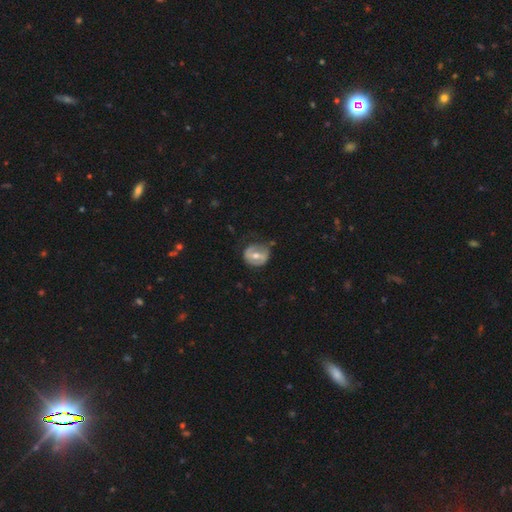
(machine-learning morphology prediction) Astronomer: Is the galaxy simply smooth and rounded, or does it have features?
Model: featured or disk — 59% (runner-up: smooth, 35%).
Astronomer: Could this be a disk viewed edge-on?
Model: no — 95%.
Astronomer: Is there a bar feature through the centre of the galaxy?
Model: strong — 41% (runner-up: weak, 37%).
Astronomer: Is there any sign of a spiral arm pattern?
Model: no — 59% (runner-up: yes, 41%).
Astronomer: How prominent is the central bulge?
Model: moderate — 74%.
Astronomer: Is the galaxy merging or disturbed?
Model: none — 65%.